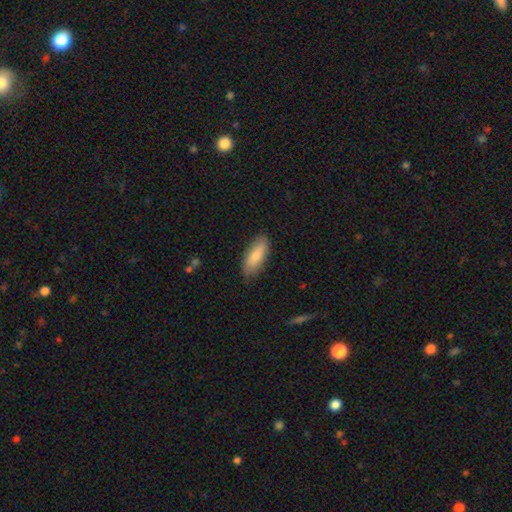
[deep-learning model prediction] smooth_or_featured: smooth (p=0.76) [alt: featured or disk p=0.18]
how_rounded: in between (p=0.70) [alt: cigar-shaped p=0.28]
merging: none (p=0.83) [alt: minor disturbance p=0.13]